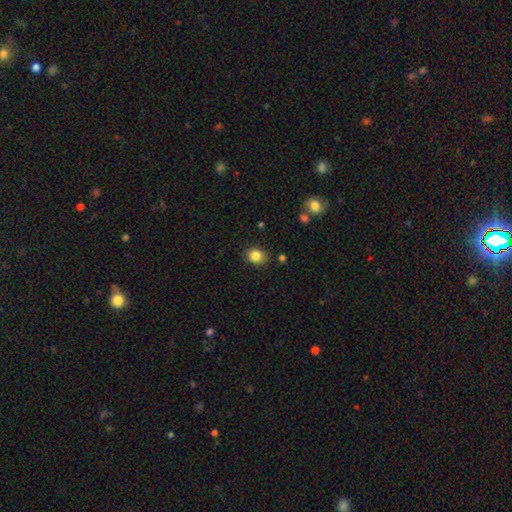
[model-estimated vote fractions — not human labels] A smooth galaxy with no disk features (85%) that is round (56%).

Vote fractions:
- Smooth or featured? smooth: 85% / star or artifact: 10% / featured or disk: 5%
- How rounded? round: 56% / in between: 43% / cigar-shaped: 1%
- Merging? none: 84% / minor disturbance: 11% / major disturbance: 3% / merger: 2%